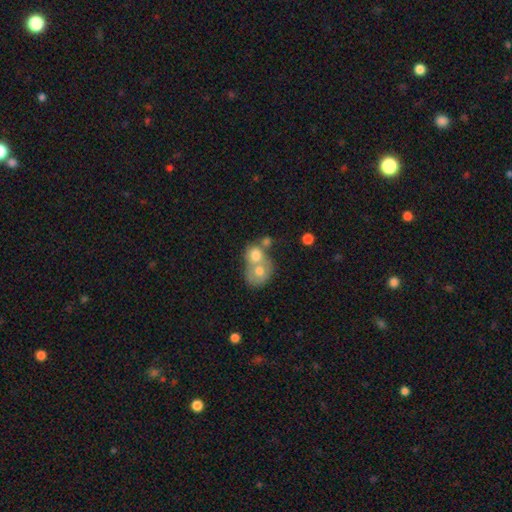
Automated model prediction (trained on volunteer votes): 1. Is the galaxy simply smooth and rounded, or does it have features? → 68% smooth, 23% featured or disk, 9% star or artifact.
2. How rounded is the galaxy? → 66% round, 32% in between, 1% cigar-shaped.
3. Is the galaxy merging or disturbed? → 70% merger, 20% none, 6% minor disturbance, 4% major disturbance.